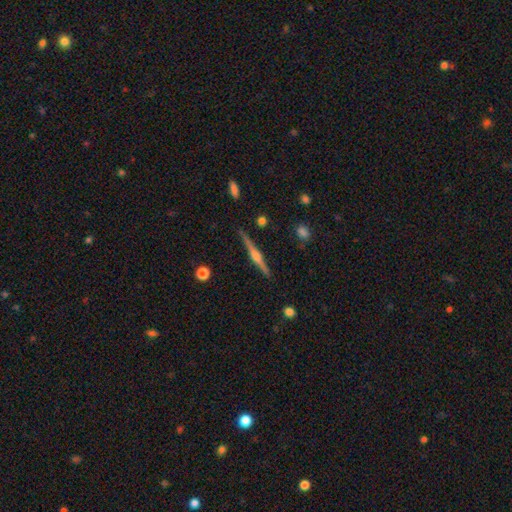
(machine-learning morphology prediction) A featured or disk galaxy (79%) viewed edge-on (98%) with a rounded central bulge (84%).

Vote fractions:
- Smooth or featured? featured or disk: 79% / smooth: 15% / star or artifact: 6%
- Edge-on disk? yes: 98% / no: 2%
- Edge-on bulge? rounded: 84% / boxy: 11% / none: 5%
- Merging? none: 90% / minor disturbance: 7% / major disturbance: 2% / merger: 1%